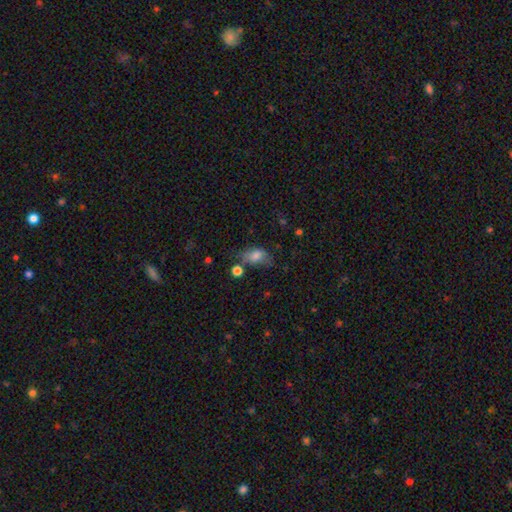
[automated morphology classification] Smooth or featured? Predicted: smooth (p=0.74). How rounded? Predicted: in between (p=0.84). Merging? Predicted: none (p=0.46).